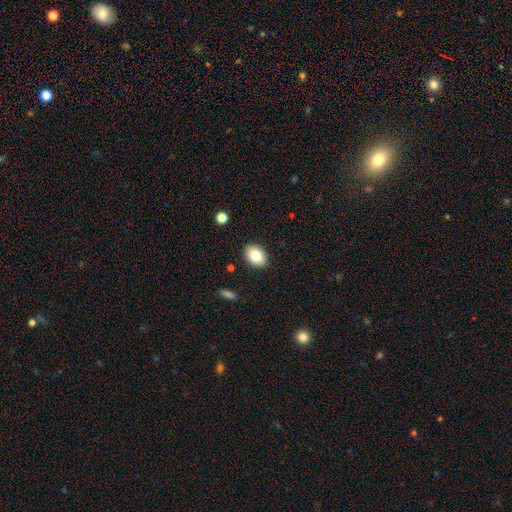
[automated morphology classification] This appears to be a smooth galaxy with no disk features (82%) that is in between round and cigar-shaped (74%). Merging: none (89%).